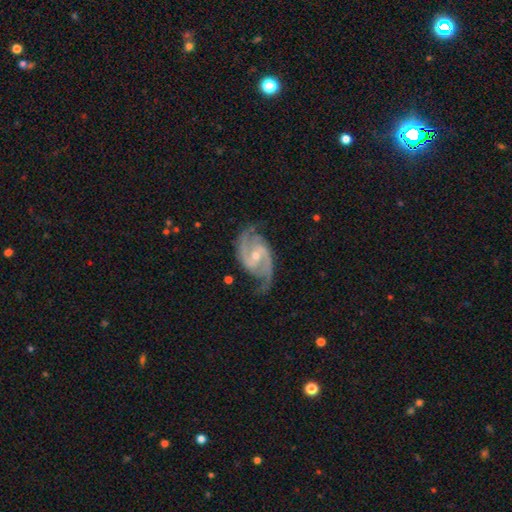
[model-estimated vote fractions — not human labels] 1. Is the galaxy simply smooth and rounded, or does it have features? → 93% featured or disk, 4% star or artifact, 3% smooth.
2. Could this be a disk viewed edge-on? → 97% no, 3% yes.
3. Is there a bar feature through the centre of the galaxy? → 45% weak, 34% no, 20% strong.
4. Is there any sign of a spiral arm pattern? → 98% yes, 2% no.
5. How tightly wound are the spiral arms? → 58% medium, 27% tight, 16% loose.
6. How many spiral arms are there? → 87% 2, 6% 3, 3% can't tell, 2% 4, 2% 1, 1% more than 4.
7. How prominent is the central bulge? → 51% small, 45% moderate, 1% none, 1% large, 1% dominant.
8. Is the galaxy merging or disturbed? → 75% none, 17% minor disturbance, 6% major disturbance, 1% merger.